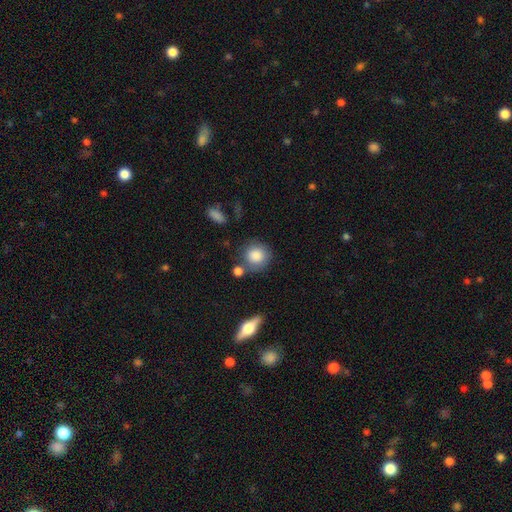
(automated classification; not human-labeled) Morphology: type=smooth (85%); roundness=round (86%); merging=none (67%).